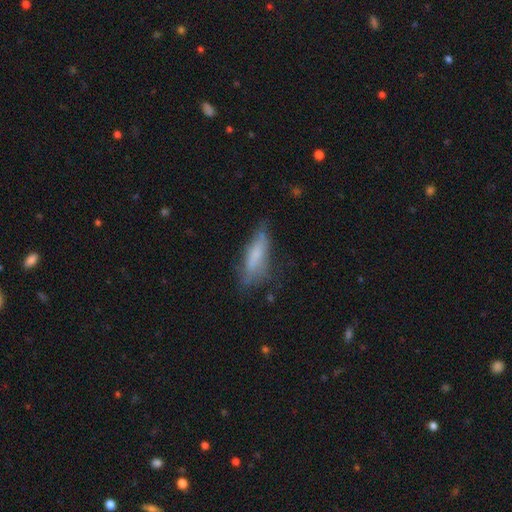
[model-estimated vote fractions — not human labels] Smooth or featured? smooth (63%)
How rounded? cigar-shaped (57%)
Merging? none (57%)